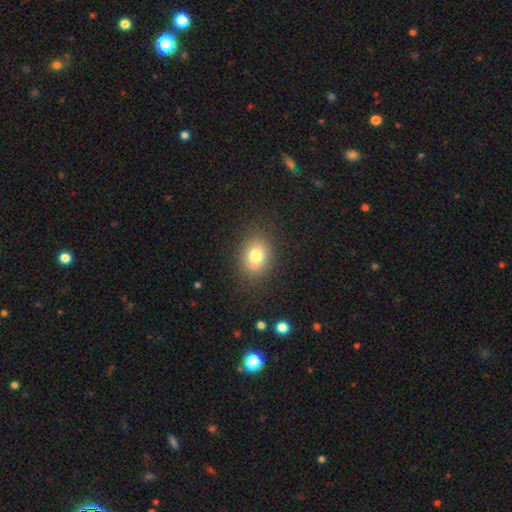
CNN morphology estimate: Smooth or featured? smooth (75%)
How rounded? in between (53%)
Merging? none (73%)